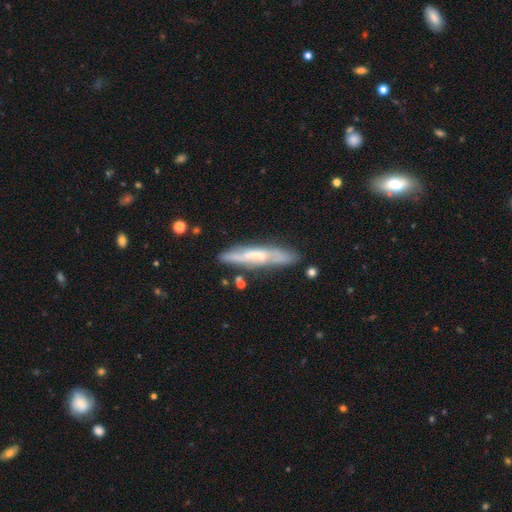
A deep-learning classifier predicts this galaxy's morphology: type=featured or disk (57%); edge-on=yes (70%); merging=none (75%).